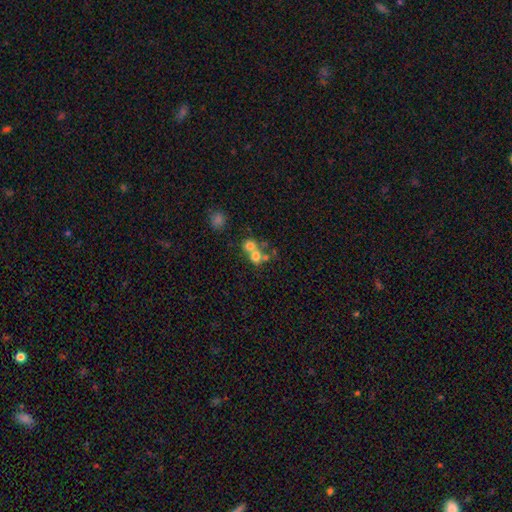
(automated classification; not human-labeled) Overall: smooth (67%). How rounded: round (75%). Merging: merger (62%; none 29%).